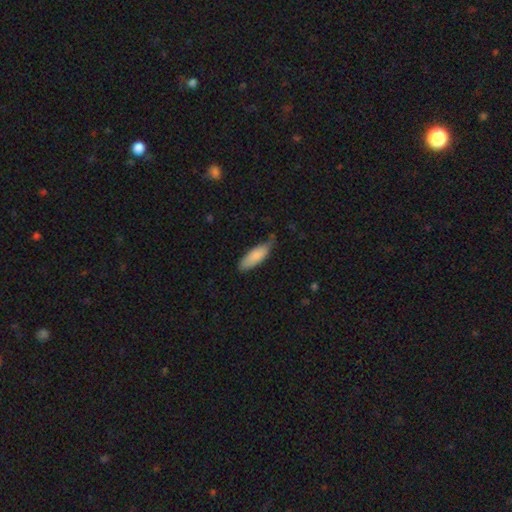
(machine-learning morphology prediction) A smooth galaxy with no disk features (85%) that is in between round and cigar-shaped (60%). Merging: none (54%).